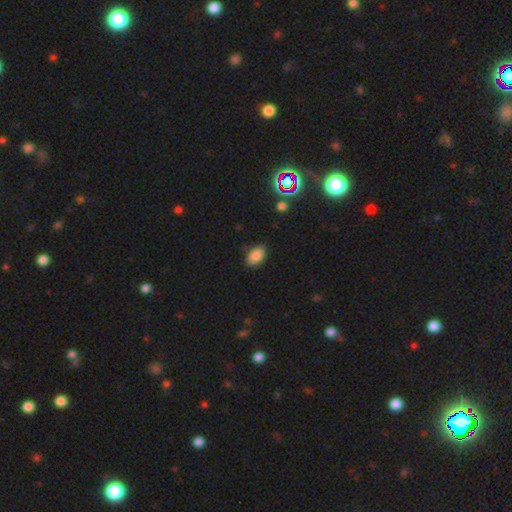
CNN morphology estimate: A smooth galaxy with no disk features (85%) that is in between round and cigar-shaped (90%).

Vote fractions:
- Smooth or featured? smooth: 85% / star or artifact: 10% / featured or disk: 5%
- How rounded? in between: 90% / round: 9% / cigar-shaped: 1%
- Merging? none: 83% / minor disturbance: 13% / major disturbance: 3% / merger: 1%